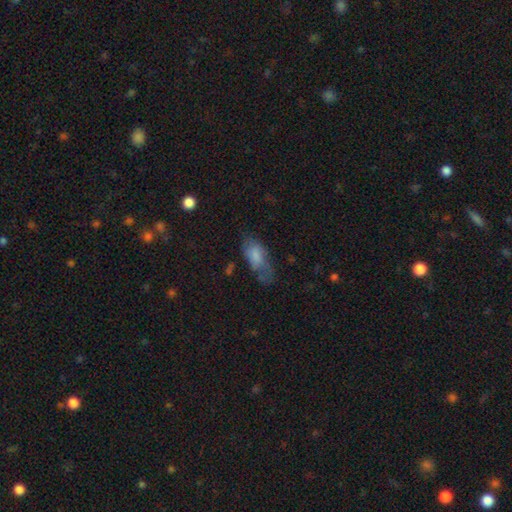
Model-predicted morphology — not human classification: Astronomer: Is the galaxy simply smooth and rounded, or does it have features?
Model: smooth — 69%.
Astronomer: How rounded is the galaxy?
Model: in between — 86%.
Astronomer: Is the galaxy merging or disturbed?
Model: none — 43% (runner-up: minor disturbance, 30%).